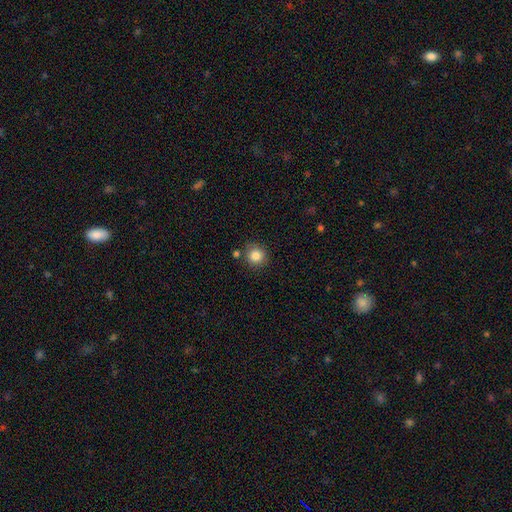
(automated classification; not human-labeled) This is clearly a smooth galaxy (84%). How rounded: clearly round (92%). Merging: clearly none (82%).